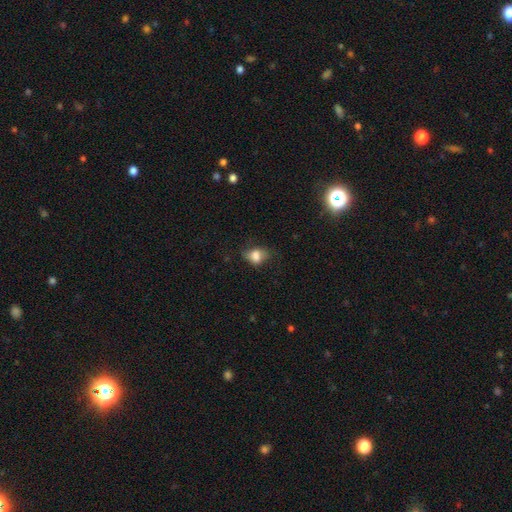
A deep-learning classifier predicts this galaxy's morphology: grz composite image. It shows a smooth galaxy with no disk features (76%) that is in between round and cigar-shaped (66%). Merging: none (46%).